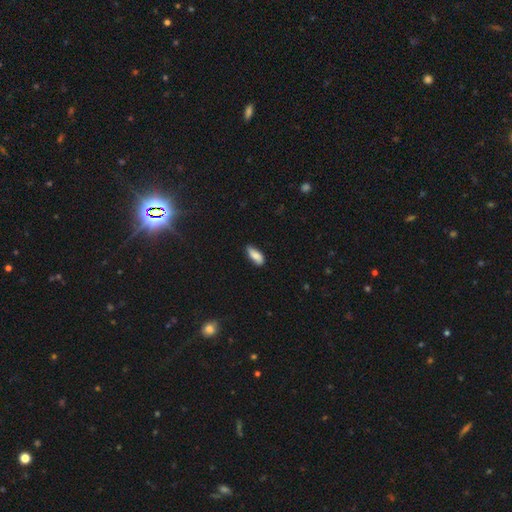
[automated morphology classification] smooth_or_featured: smooth (p=0.79) [alt: featured or disk p=0.14]
how_rounded: in between (p=0.77) [alt: cigar-shaped p=0.21]
merging: none (p=0.71) [alt: minor disturbance p=0.24]